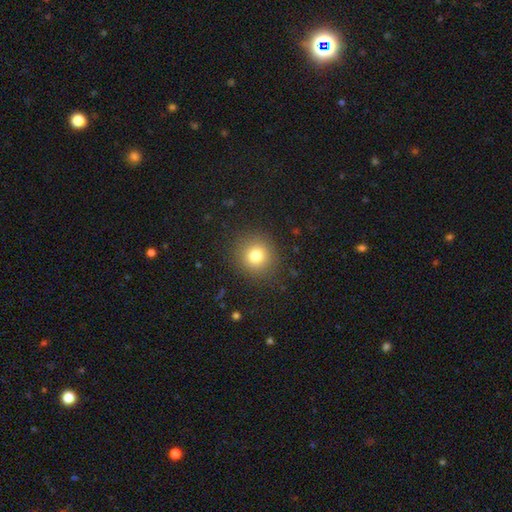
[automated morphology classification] Q: Smooth or featured?
A: smooth (79%); runner-up: star or artifact (13%)
Q: How rounded?
A: round (92%); runner-up: in between (7%)
Q: Merging?
A: none (89%); runner-up: minor disturbance (7%)